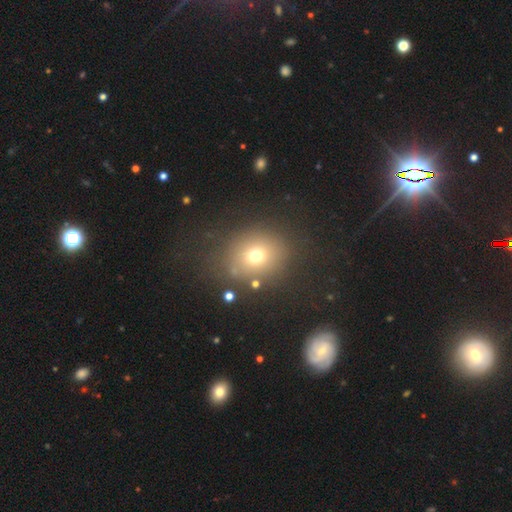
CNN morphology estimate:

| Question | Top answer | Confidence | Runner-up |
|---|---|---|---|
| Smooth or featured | smooth | 70% | star or artifact (18%) |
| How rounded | round | 72% | in between (27%) |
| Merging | none | 78% | minor disturbance (12%) |